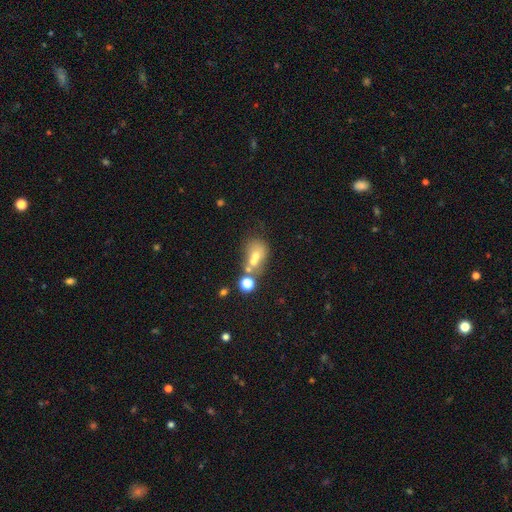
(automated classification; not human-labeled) A smooth galaxy with no disk features (57%) that is round (52%). Merging: merger (50%).